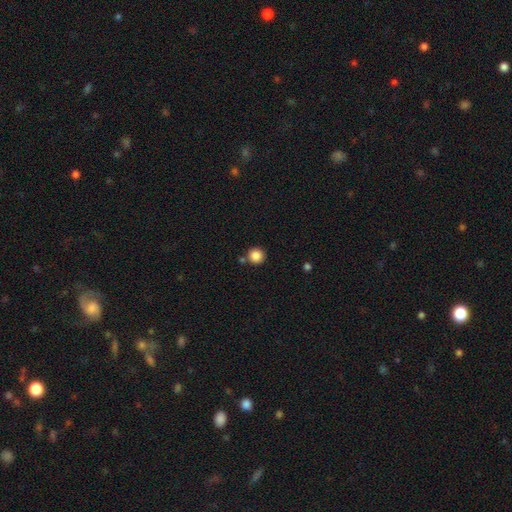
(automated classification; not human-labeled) smooth-or-featured: smooth: 86% | star or artifact: 10% | featured or disk: 4%
  how-rounded: round: 94% | in between: 5% | cigar-shaped: 1%
  merging: none: 81% | merger: 9% | minor disturbance: 8% | major disturbance: 2%